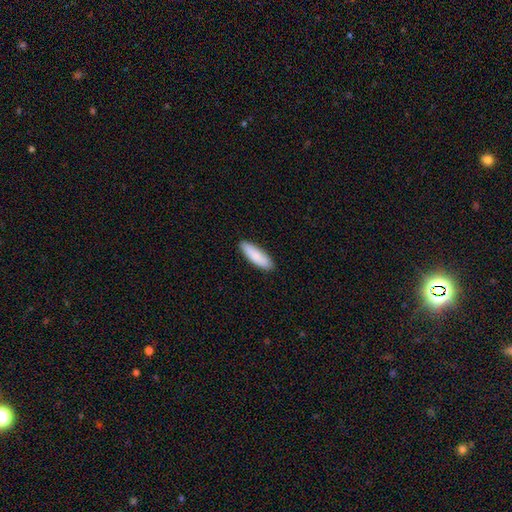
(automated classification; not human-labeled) Smooth or featured?
  - smooth: 88% *
  - featured or disk: 7%
  - star or artifact: 5%
How rounded?
  - cigar-shaped: 50% *
  - in between: 48%
  - round: 1%
Merging?
  - none: 90% *
  - minor disturbance: 8%
  - major disturbance: 1%
  - merger: 1%